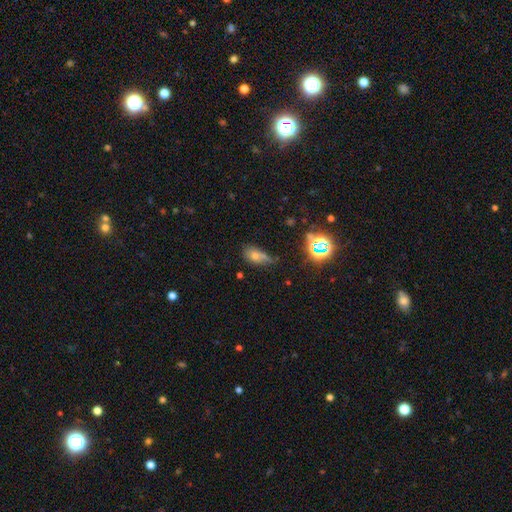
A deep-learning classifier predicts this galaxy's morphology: This appears to be a smooth galaxy with no disk features (58%) that is in between round and cigar-shaped (77%). Merging: none (38%).